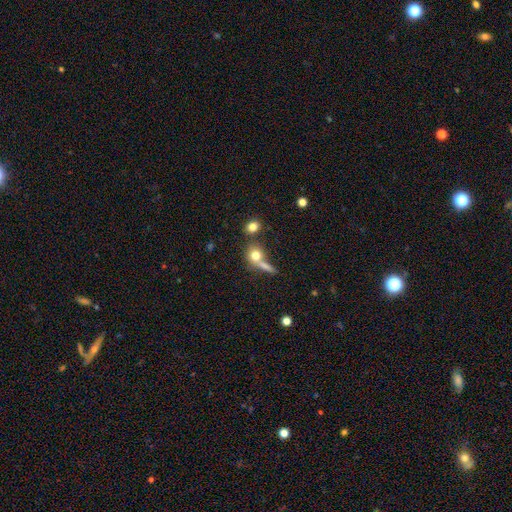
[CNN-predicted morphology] Smooth or featured: smooth — 74% (featured or disk — 15%)
How rounded: round — 70% (in between — 22%)
Merging: none — 49% (merger — 33%)